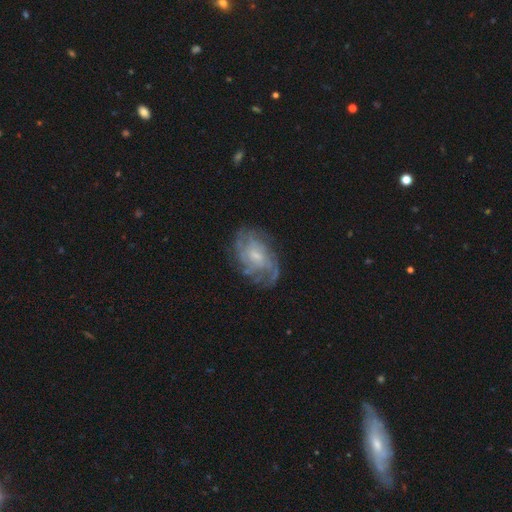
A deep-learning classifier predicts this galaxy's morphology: This appears to be a featured or disk galaxy (79%) with no bar (58%), tight (51%) spiral arms (90%) and a small central bulge (54%). Merging: none (70%).